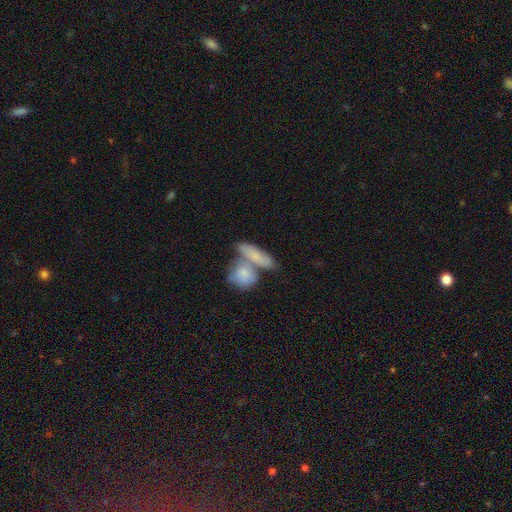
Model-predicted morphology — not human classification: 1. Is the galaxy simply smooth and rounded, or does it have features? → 71% smooth, 22% featured or disk, 7% star or artifact.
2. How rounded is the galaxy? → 51% in between, 35% cigar-shaped, 13% round.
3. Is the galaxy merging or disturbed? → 51% merger, 34% none, 10% minor disturbance, 4% major disturbance.